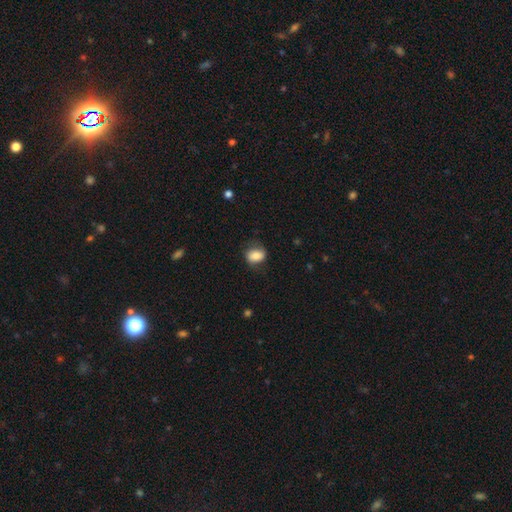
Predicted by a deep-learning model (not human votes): This is likely a smooth galaxy (79%). How rounded: likely in between (65%). Merging: likely none (66%).